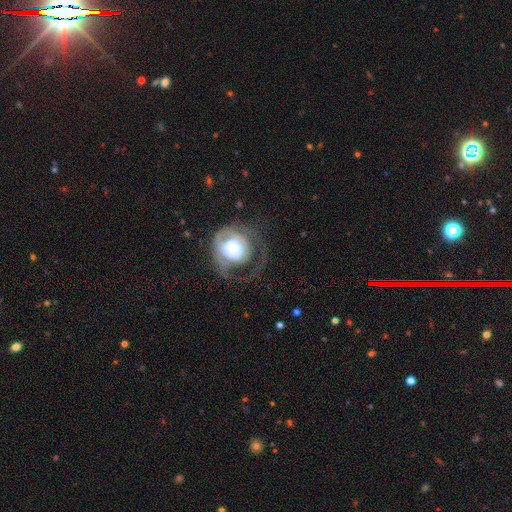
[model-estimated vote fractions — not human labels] This appears to be a featured or disk galaxy (51%). Merging: none (60%).